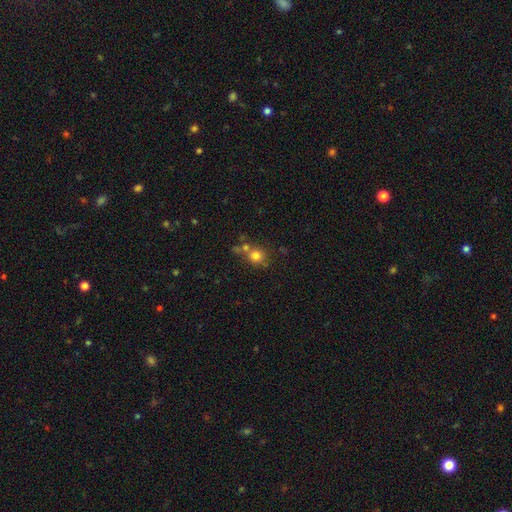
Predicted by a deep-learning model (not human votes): The model was most divided on "merging": none: 58%, merger: 26%, minor disturbance: 11%, major disturbance: 5%. More confident: how rounded — round (87%); smooth or featured — smooth (77%).